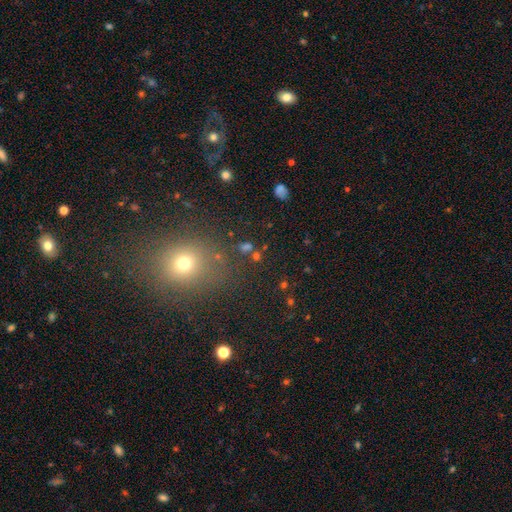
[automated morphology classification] Smooth or featured? Predicted: smooth (p=0.52). How rounded? Predicted: round (p=0.71). Merging? Predicted: none (p=0.78).